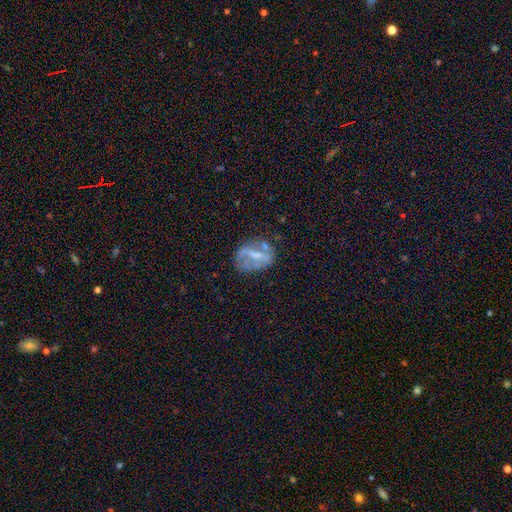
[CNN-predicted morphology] This appears to be a featured or disk galaxy (56%) with a strong bar (43%), no spiral arms (70%) and no central bulge (40%). Merging: none (48%).